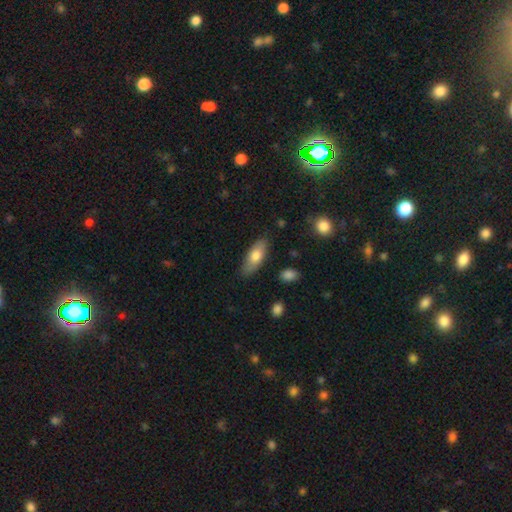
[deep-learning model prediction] Overall: smooth (73%). How rounded: in between (77%). Merging: none (80%).